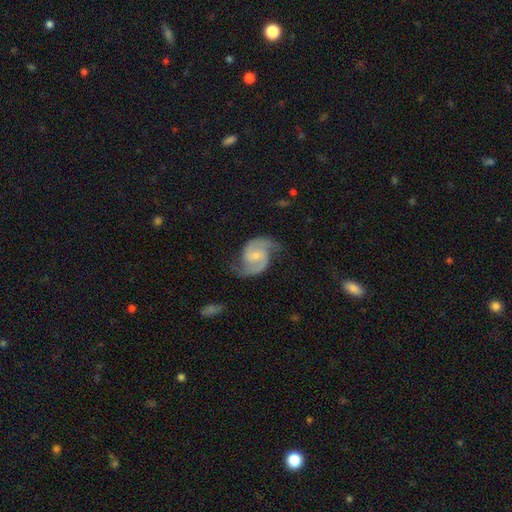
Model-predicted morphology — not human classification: A featured or disk galaxy (89%) with a weak bar (47%), 2 (94%) medium (54%) spiral arms (98%) and a small central bulge (58%). Merging: none (74%).